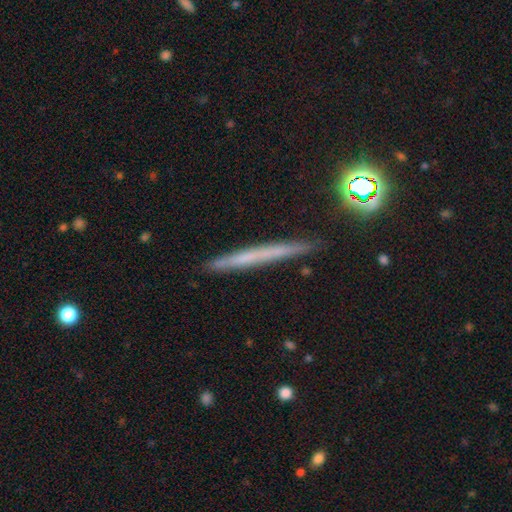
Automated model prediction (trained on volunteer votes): Q: Smooth or featured?
A: smooth (48%); runner-up: featured or disk (40%)
Q: Merging?
A: none (89%); runner-up: minor disturbance (8%)